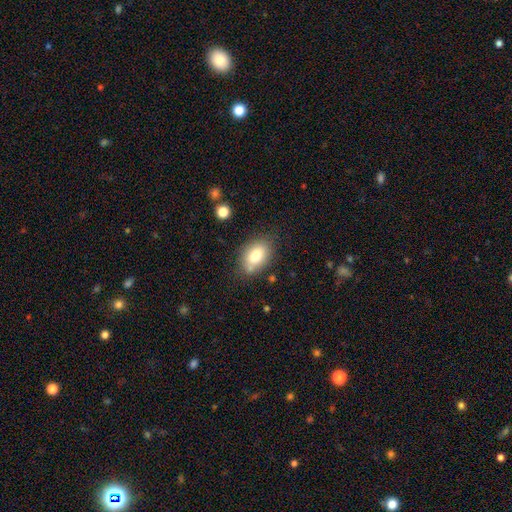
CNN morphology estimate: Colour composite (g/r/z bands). It shows a smooth galaxy with no disk features (77%) that is in between round and cigar-shaped (83%). Merging: none (73%).